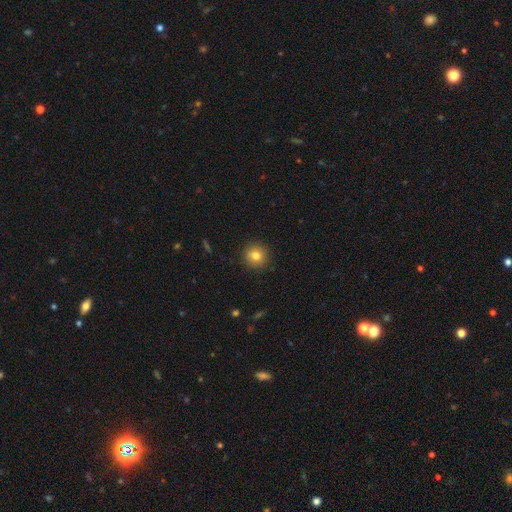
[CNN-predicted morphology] Smooth or featured?
  - smooth: 80% *
  - star or artifact: 11%
  - featured or disk: 8%
How rounded?
  - round: 93% *
  - in between: 6%
  - cigar-shaped: 1%
Merging?
  - none: 91% *
  - minor disturbance: 7%
  - major disturbance: 2%
  - merger: 1%